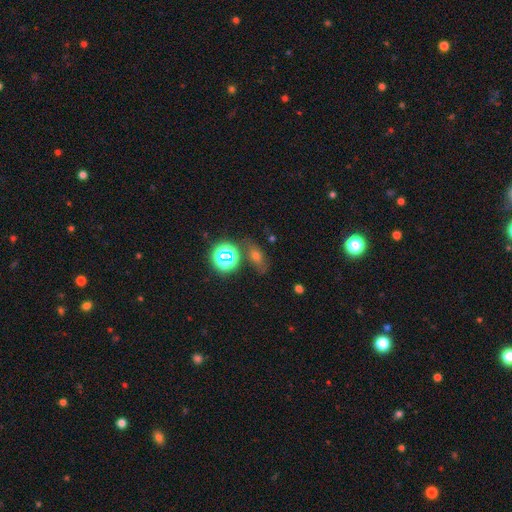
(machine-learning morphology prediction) This appears to be a star or artifact, not a galaxy (41%, tied with smooth).